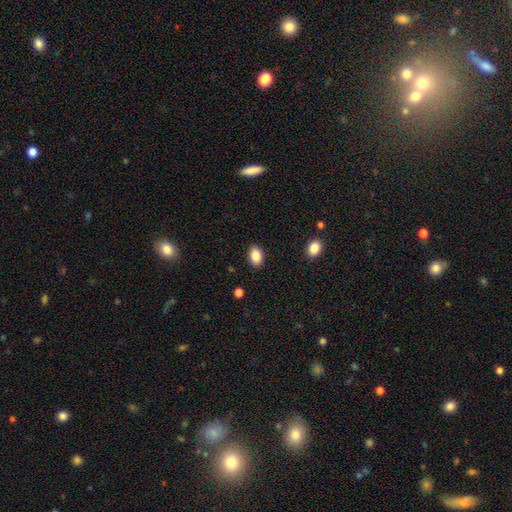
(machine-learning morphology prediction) A smooth galaxy with no disk features (87%) that is in between round and cigar-shaped (81%).

Vote fractions:
- Smooth or featured? smooth: 87% / star or artifact: 8% / featured or disk: 4%
- How rounded? in between: 81% / round: 18% / cigar-shaped: 1%
- Merging? none: 89% / minor disturbance: 8% / major disturbance: 2% / merger: 1%